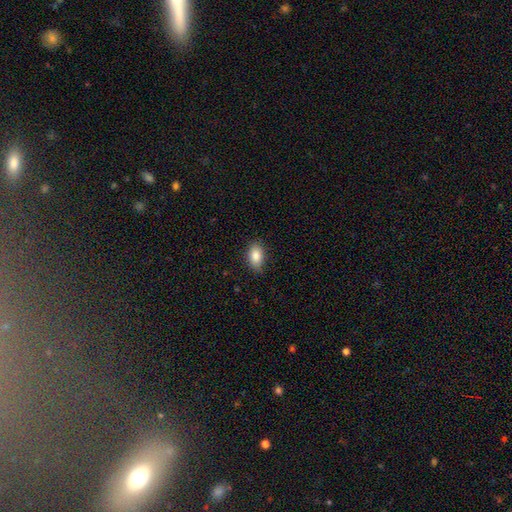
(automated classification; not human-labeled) smooth 86%, star or artifact 8%, featured or disk 7%. Down the decision tree: how rounded — in between (89%); merging — none (83%).